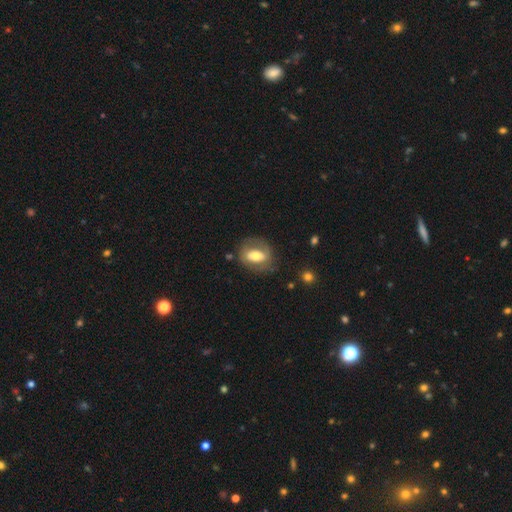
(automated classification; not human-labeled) smooth-or-featured: smooth: 47% | featured or disk: 46% | star or artifact: 7%
  merging: none: 68% | minor disturbance: 19% | major disturbance: 10% | merger: 2%